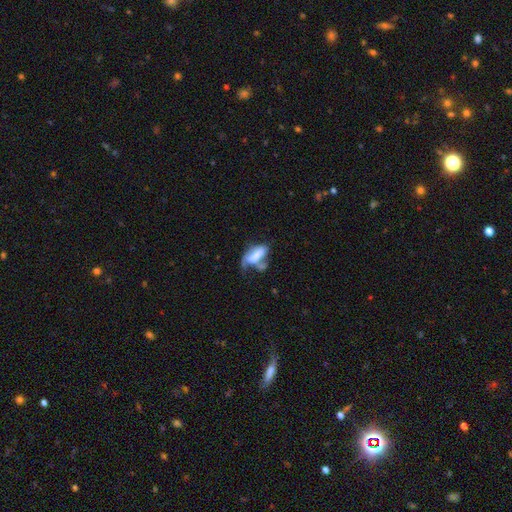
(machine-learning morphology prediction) A smooth galaxy with no disk features (56%) that is in between round and cigar-shaped (75%). Merging: merger (32%).